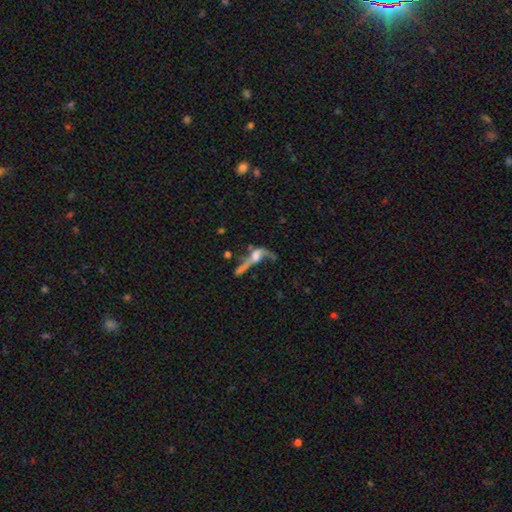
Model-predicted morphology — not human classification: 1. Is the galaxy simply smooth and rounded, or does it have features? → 60% featured or disk, 27% smooth, 13% star or artifact.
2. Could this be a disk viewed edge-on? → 75% no, 25% yes.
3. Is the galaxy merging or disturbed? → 35% major disturbance, 30% merger, 23% none, 12% minor disturbance.